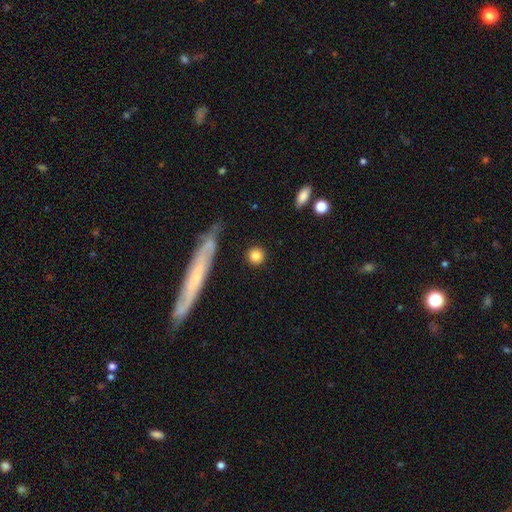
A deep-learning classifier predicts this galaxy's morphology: This appears to be a smooth galaxy with no disk features (83%) that is round (91%). Merging: none (89%).